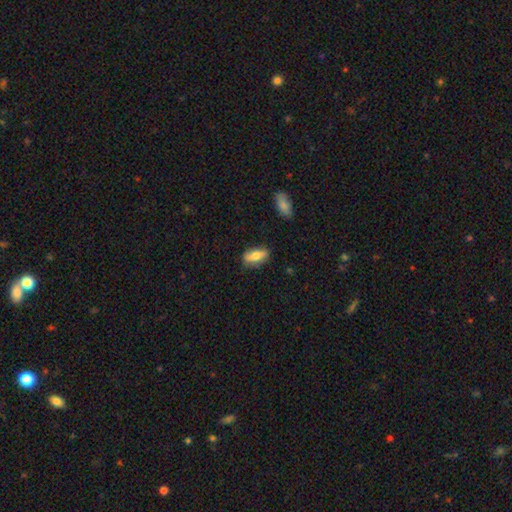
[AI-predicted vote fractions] Smooth or featured? smooth (64%)
How rounded? in between (76%)
Merging? none (81%)